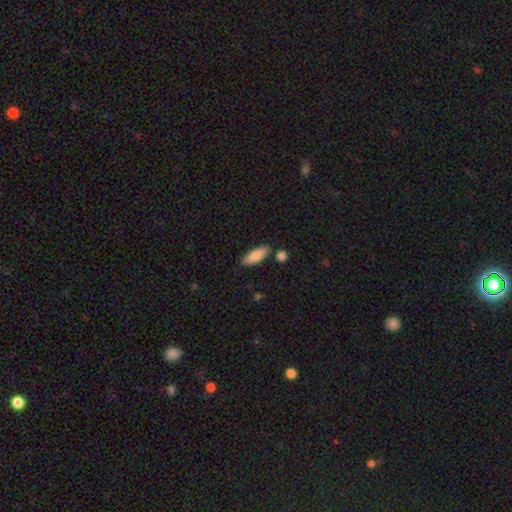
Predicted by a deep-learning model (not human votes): smooth_or_featured: smooth (p=0.83) [alt: featured or disk p=0.11]
how_rounded: in between (p=0.62) [alt: cigar-shaped p=0.36]
merging: none (p=0.80) [alt: minor disturbance p=0.12]